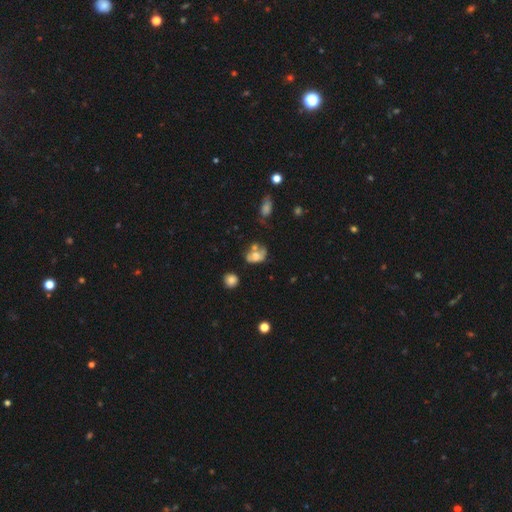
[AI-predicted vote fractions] Morphology: type=smooth (54%); roundness=in between (72%); merging=merger (33%).